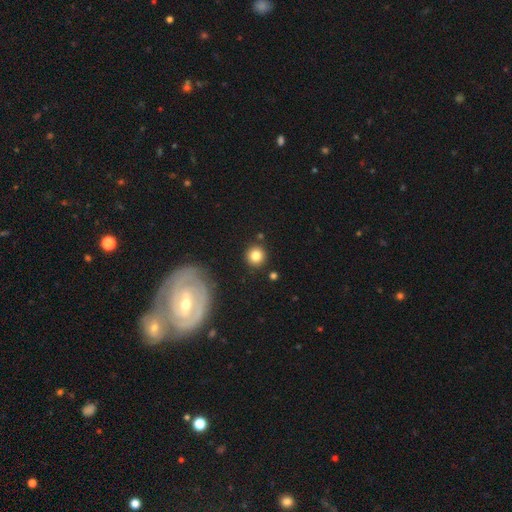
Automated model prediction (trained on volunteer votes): Overall: smooth (81%). How rounded: round (93%). Merging: none (87%).